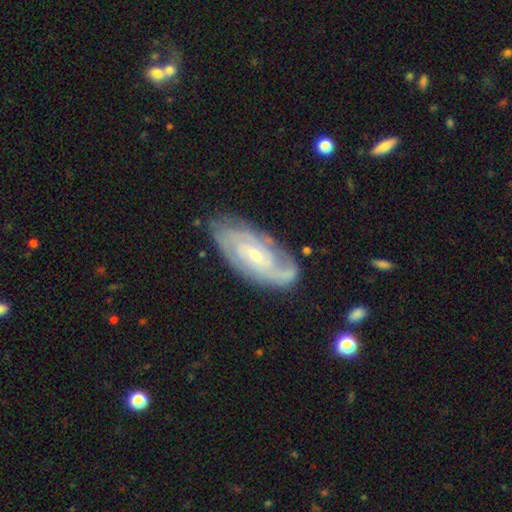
Q: Smooth or featured?
A: featured or disk (75%); runner-up: smooth (19%)
Q: Edge-on disk?
A: no (89%); runner-up: yes (11%)
Q: Bar?
A: no (54%); runner-up: weak (38%)
Q: Spiral arms?
A: yes (100%)
Q: Spiral winding?
A: tight (71%); runner-up: medium (21%)
Q: Spiral arm count?
A: 2 (79%); runner-up: can't tell (12%)
Q: Bulge size?
A: small (75%); runner-up: moderate (25%)
Q: Merging?
A: none (74%); runner-up: minor disturbance (21%)